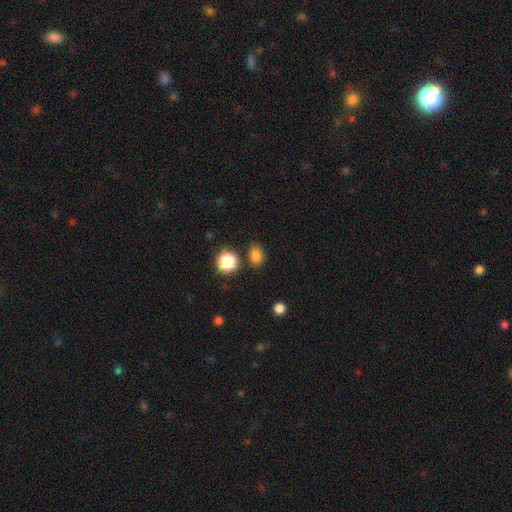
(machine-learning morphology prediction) Q: Smooth or featured?
A: smooth (80%); runner-up: star or artifact (15%)
Q: How rounded?
A: in between (57%); runner-up: round (41%)
Q: Merging?
A: none (80%); runner-up: minor disturbance (12%)